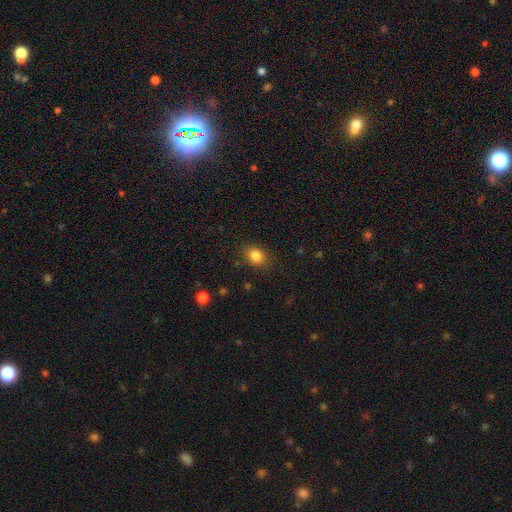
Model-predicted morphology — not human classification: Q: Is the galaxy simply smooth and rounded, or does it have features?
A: smooth — 84%.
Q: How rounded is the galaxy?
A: in between — 57%.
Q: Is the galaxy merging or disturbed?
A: none — 82%.